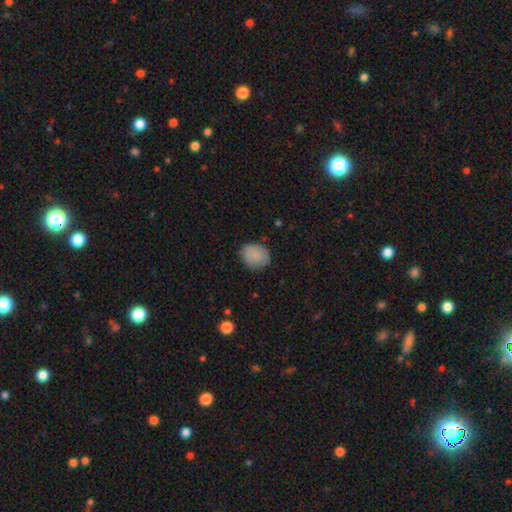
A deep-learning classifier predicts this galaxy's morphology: A smooth galaxy with no disk features (86%) that is round (70%). Merging: none (82%).